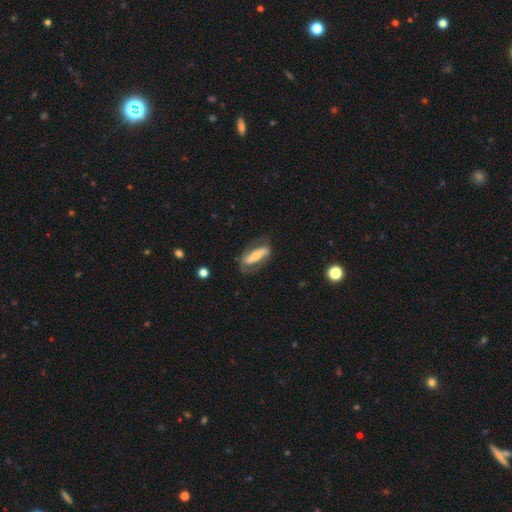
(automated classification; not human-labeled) This appears to be a featured or disk galaxy (62%). Merging: none (64%).